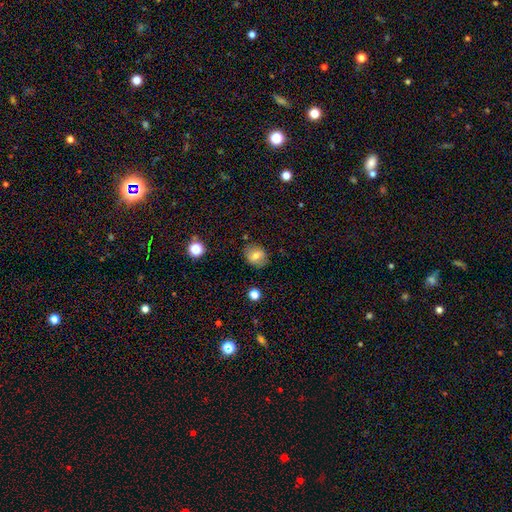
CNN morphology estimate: Smooth or featured? Predicted: smooth (p=0.68). How rounded? Predicted: round (p=0.51). Merging? Predicted: none (p=0.80).